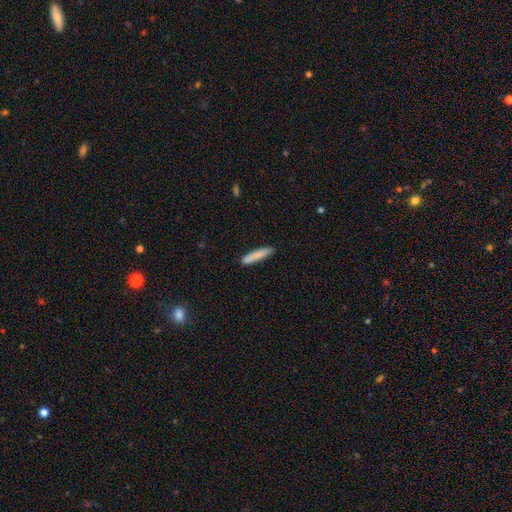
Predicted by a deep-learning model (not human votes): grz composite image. It shows a smooth galaxy with no disk features (84%) that is cigar-shaped (90%). Merging: none (87%).